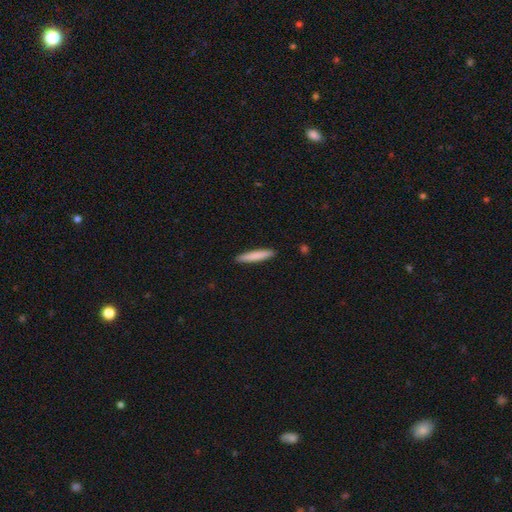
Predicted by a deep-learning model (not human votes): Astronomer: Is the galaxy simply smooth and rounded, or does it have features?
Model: smooth — 81%.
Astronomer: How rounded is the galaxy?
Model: cigar-shaped — 94%.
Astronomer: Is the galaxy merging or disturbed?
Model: none — 91%.